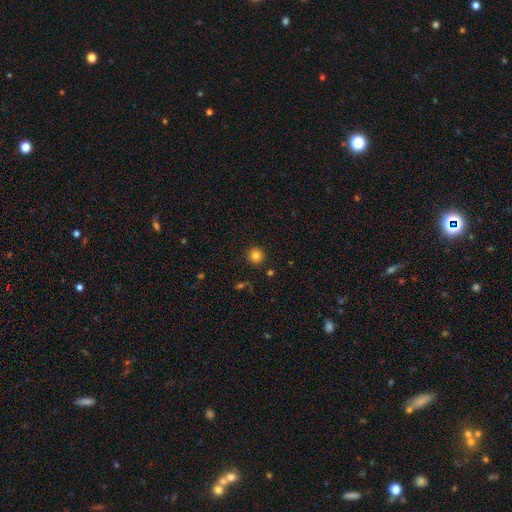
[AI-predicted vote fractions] A smooth galaxy with no disk features (83%) that is round (94%).

Vote fractions:
- Smooth or featured? smooth: 83% / star or artifact: 12% / featured or disk: 5%
- How rounded? round: 94% / in between: 5% / cigar-shaped: 1%
- Merging? none: 91% / minor disturbance: 5% / major disturbance: 2% / merger: 2%